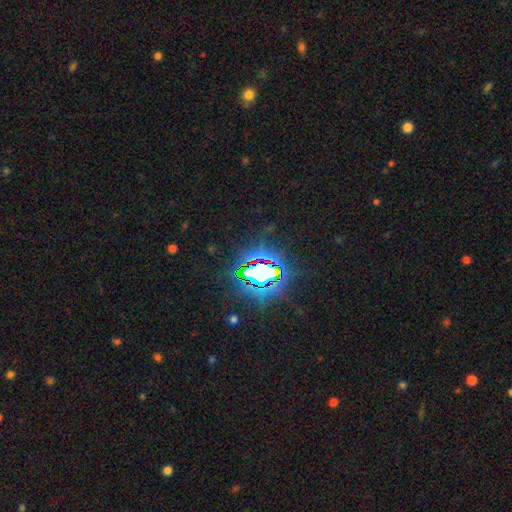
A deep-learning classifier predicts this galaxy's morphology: star or artifact 86%, smooth 8%, featured or disk 6%.